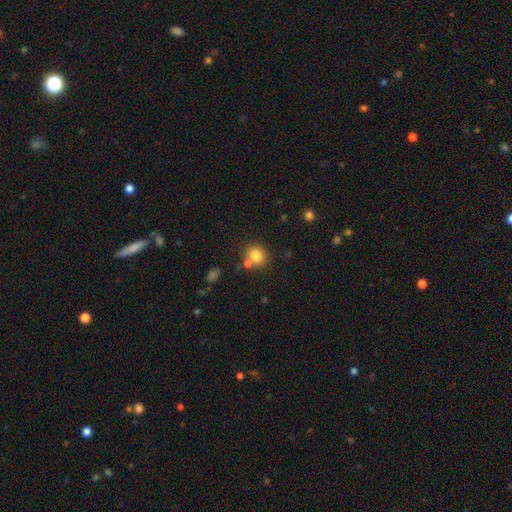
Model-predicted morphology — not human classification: Smooth or featured: smooth — 80% (star or artifact — 12%)
How rounded: round — 74% (in between — 25%)
Merging: none — 68% (merger — 19%)